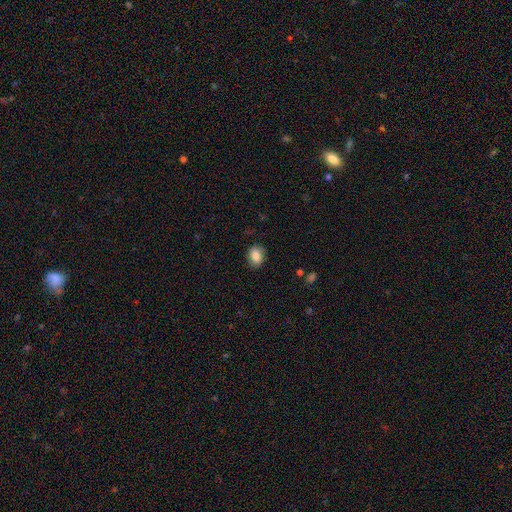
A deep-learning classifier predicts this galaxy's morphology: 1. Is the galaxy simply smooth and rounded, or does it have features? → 85% smooth, 8% star or artifact, 7% featured or disk.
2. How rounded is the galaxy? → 72% in between, 26% round, 1% cigar-shaped.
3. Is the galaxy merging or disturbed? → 83% none, 13% minor disturbance, 3% major disturbance, 1% merger.